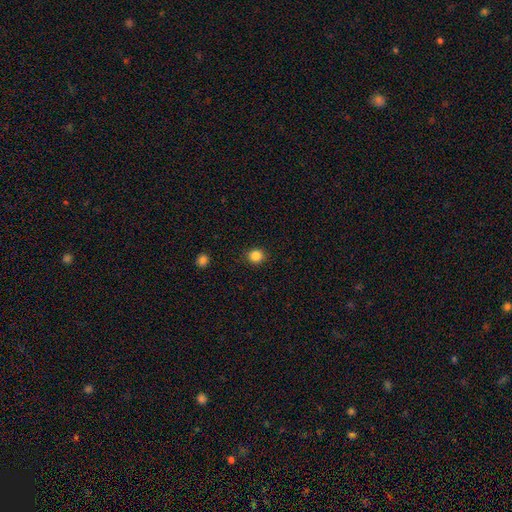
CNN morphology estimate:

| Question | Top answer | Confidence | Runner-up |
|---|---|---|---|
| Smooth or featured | smooth | 85% | star or artifact (11%) |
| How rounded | round | 87% | in between (12%) |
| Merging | none | 90% | minor disturbance (7%) |